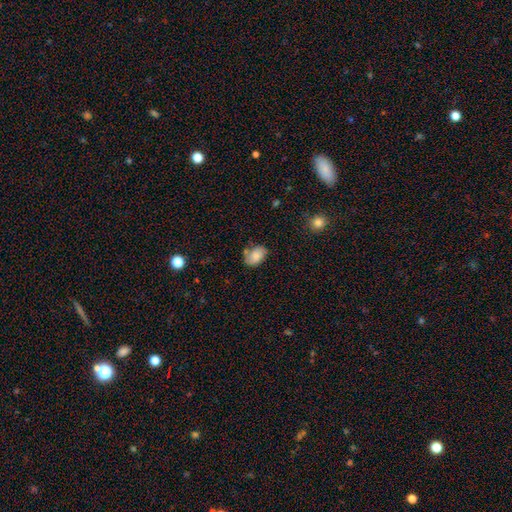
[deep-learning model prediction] The model was most divided on "merging": none: 59%, minor disturbance: 25%, merger: 9%, major disturbance: 7%. More confident: how rounded — in between (85%); smooth or featured — smooth (76%).